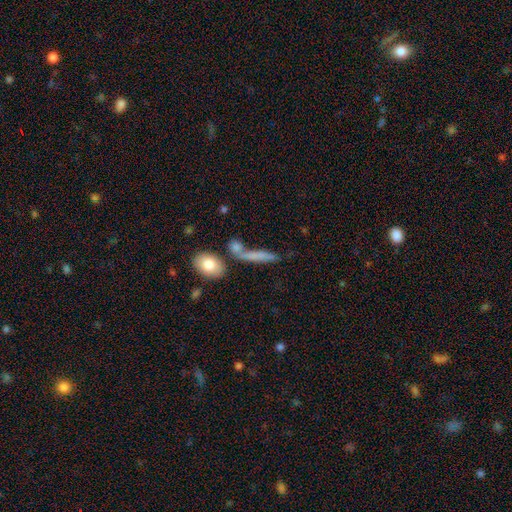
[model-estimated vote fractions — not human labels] smooth 66%, featured or disk 24%, star or artifact 10%. Down the decision tree: how rounded — cigar-shaped (72%); merging — none (52%).